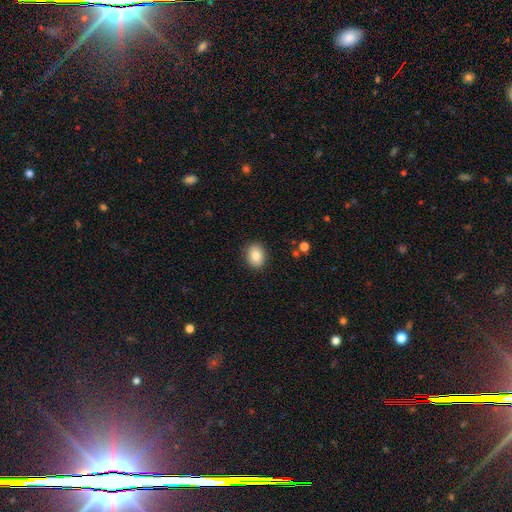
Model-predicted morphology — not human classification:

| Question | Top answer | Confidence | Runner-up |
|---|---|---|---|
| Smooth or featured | smooth | 83% | featured or disk (9%) |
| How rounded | in between | 52% | round (47%) |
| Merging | none | 89% | minor disturbance (8%) |